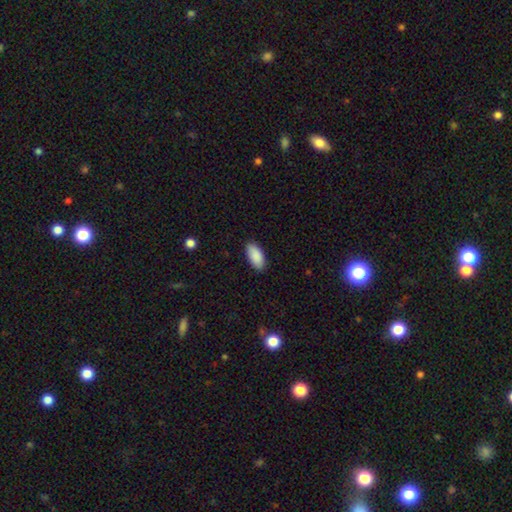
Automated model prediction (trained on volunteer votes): Morphology: type=smooth (90%); roundness=in between (93%); merging=none (88%).